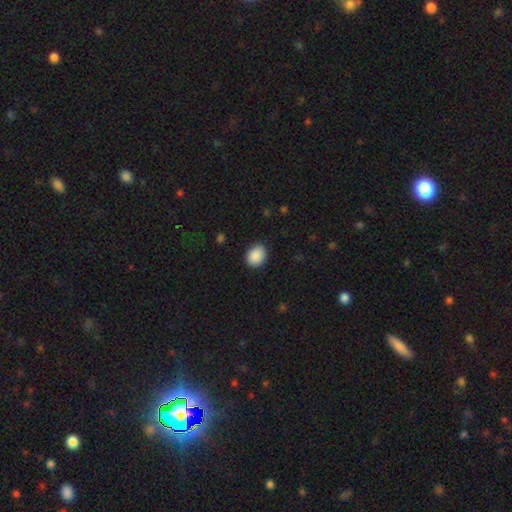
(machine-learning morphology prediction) smooth-or-featured: smooth: 90% | star or artifact: 7% | featured or disk: 3%
  how-rounded: in between: 55% | round: 44% | cigar-shaped: 1%
  merging: none: 88% | minor disturbance: 9% | major disturbance: 2% | merger: 1%